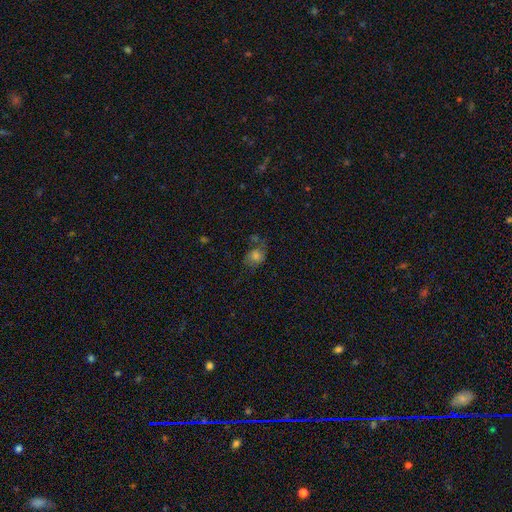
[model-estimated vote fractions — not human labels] Overall: smooth (64%). How rounded: round (50%; in between 49%). Merging: none (44%; minor disturbance 26%).